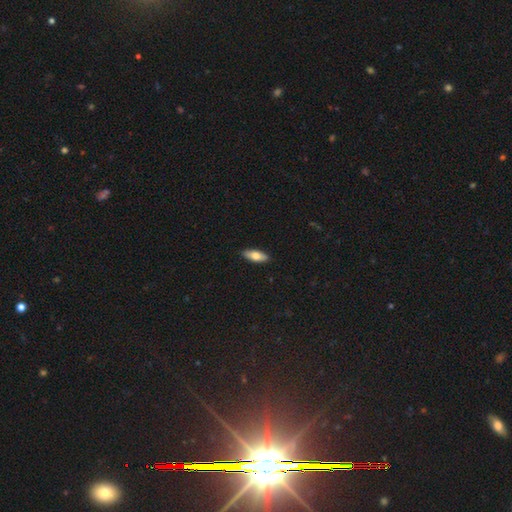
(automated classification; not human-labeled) A smooth galaxy with no disk features (72%) that is in between round and cigar-shaped (67%). Merging: none (90%).